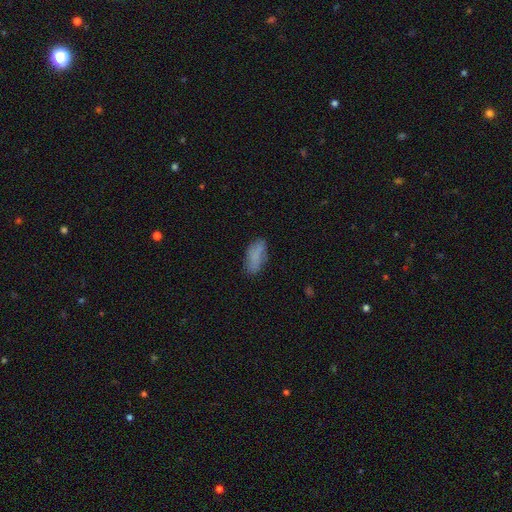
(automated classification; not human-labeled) This appears to be a smooth galaxy with no disk features (78%) that is in between round and cigar-shaped (85%). Merging: none (68%).